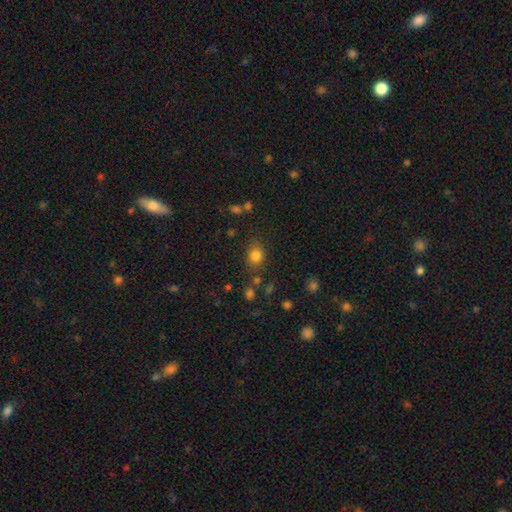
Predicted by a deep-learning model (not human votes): smooth 81%, star or artifact 13%, featured or disk 6%. Down the decision tree: how rounded — round (64%); merging — none (75%).